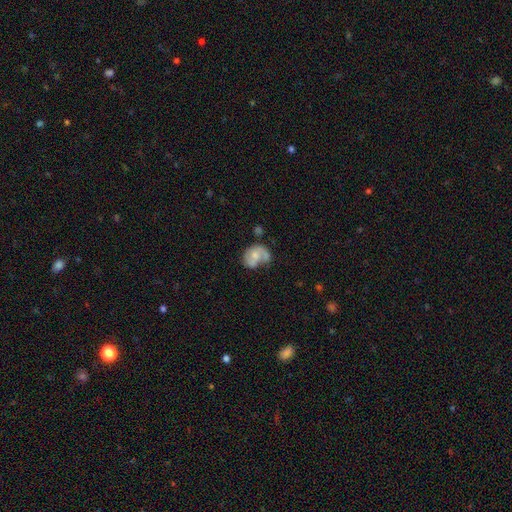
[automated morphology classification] A featured or disk galaxy (50%). Merging: none (33%).